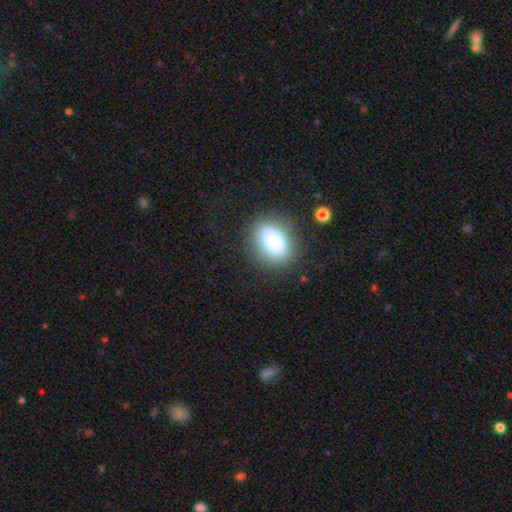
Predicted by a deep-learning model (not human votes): Overall: smooth (79%). How rounded: in between (77%). Merging: none (84%).